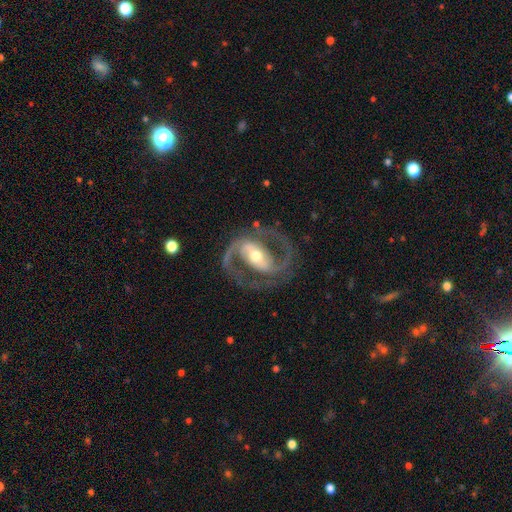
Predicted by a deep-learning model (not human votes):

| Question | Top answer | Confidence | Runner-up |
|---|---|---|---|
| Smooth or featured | featured or disk | 92% | star or artifact (4%) |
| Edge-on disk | no | 97% | yes (3%) |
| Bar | strong | 48% | weak (34%) |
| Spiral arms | yes | 97% | no (3%) |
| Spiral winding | medium | 65% | tight (18%) |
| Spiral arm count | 2 | 93% | can't tell (2%) |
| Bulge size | moderate | 66% | small (23%) |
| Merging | none | 79% | minor disturbance (12%) |